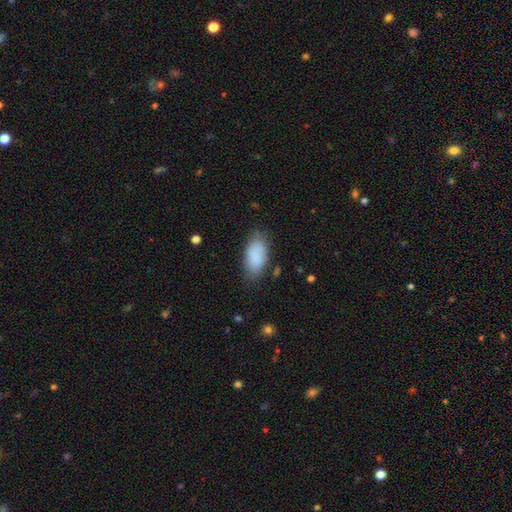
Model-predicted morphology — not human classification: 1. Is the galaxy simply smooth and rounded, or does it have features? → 86% smooth, 7% star or artifact, 7% featured or disk.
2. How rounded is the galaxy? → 93% in between, 4% round, 4% cigar-shaped.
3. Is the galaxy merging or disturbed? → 74% none, 19% minor disturbance, 5% major disturbance, 2% merger.